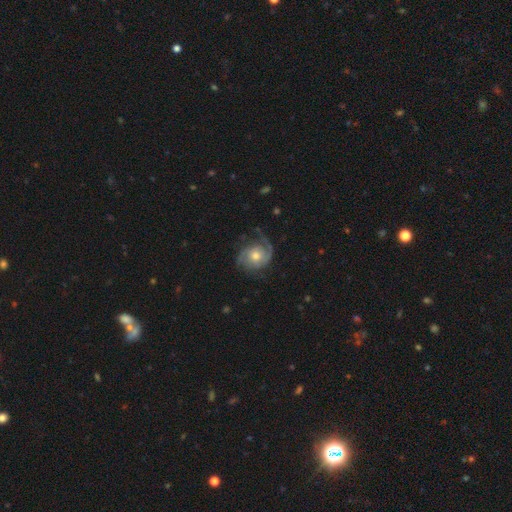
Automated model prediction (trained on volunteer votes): This is clearly a featured or disk galaxy (81%). It is clearly not viewed edge-on (98%). Bar: likely no (77%). Spiral arm pattern: clearly yes (95%). Spiral arm count: likely 2 (66%). Spiral winding: marginally medium (41%). Central bulge: likely moderate (69%). Merging: likely none (67%).